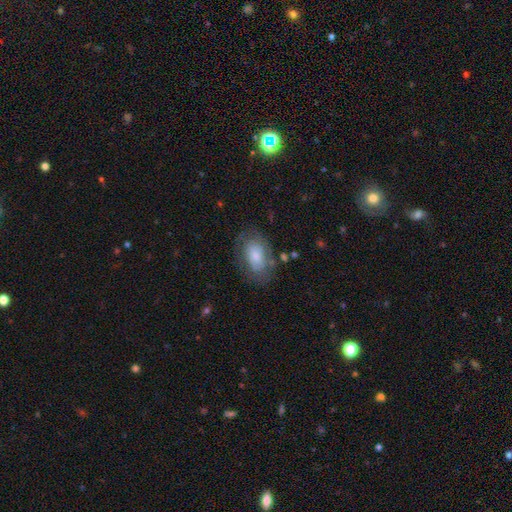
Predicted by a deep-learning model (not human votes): Overall: smooth (63%; featured or disk 29%). How rounded: in between (89%). Merging: none (67%).